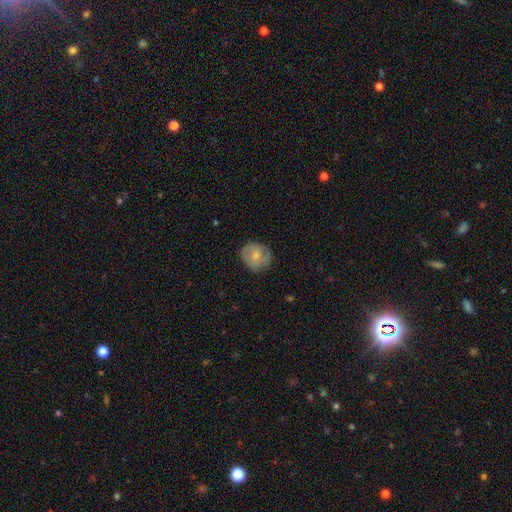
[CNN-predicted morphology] Q: Smooth or featured?
A: smooth (64%); runner-up: featured or disk (30%)
Q: How rounded?
A: round (79%); runner-up: in between (20%)
Q: Merging?
A: none (77%); runner-up: minor disturbance (17%)